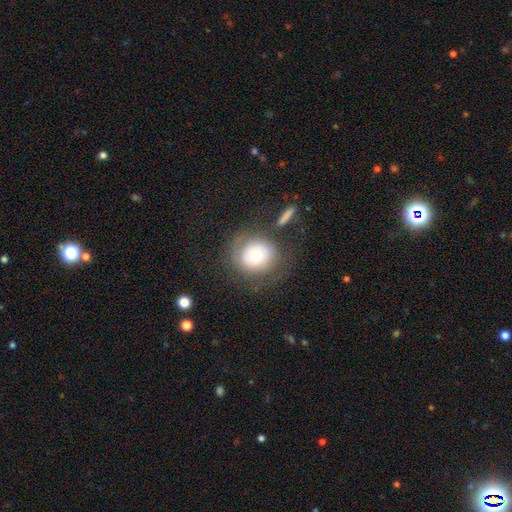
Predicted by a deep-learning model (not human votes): Smooth or featured?
  - smooth: 60% *
  - featured or disk: 31%
  - star or artifact: 9%
How rounded?
  - round: 88% *
  - in between: 11%
  - cigar-shaped: 1%
Merging?
  - none: 63% *
  - minor disturbance: 17%
  - major disturbance: 13%
  - merger: 7%